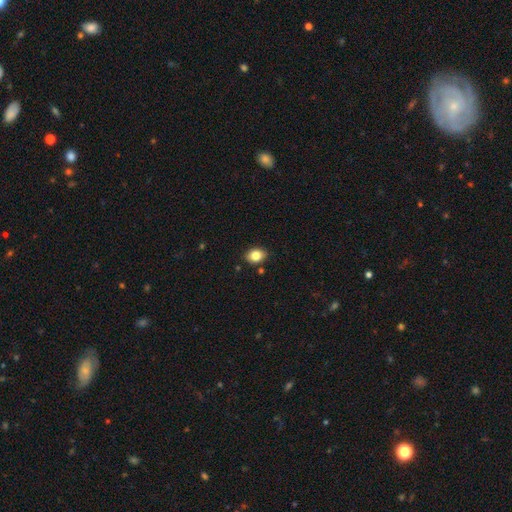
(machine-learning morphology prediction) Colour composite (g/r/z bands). It shows a smooth galaxy with no disk features (83%) that is in between round and cigar-shaped (67%). Merging: none (86%).